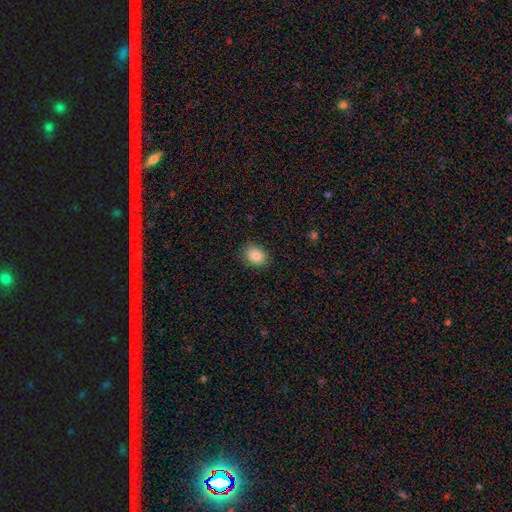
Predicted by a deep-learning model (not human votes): Smooth or featured?
  - smooth: 85% *
  - star or artifact: 9%
  - featured or disk: 6%
How rounded?
  - in between: 55% *
  - round: 44%
  - cigar-shaped: 1%
Merging?
  - none: 86% *
  - minor disturbance: 10%
  - major disturbance: 3%
  - merger: 1%